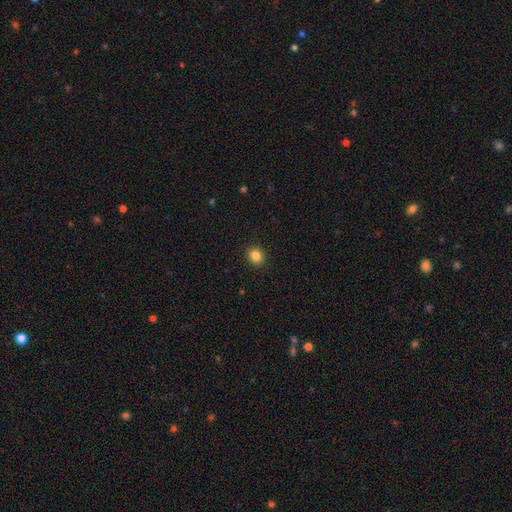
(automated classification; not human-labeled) Smooth or featured? Predicted: smooth (p=0.84). How rounded? Predicted: round (p=0.75). Merging? Predicted: none (p=0.92).